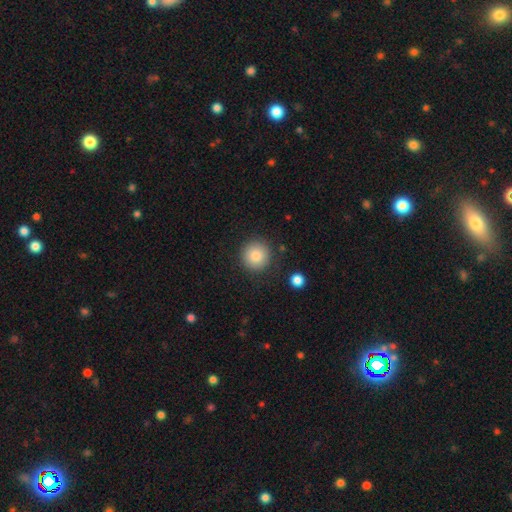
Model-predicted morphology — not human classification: Smooth or featured: smooth — 85% (star or artifact — 9%)
How rounded: round — 95% (in between — 4%)
Merging: none — 87% (minor disturbance — 8%)